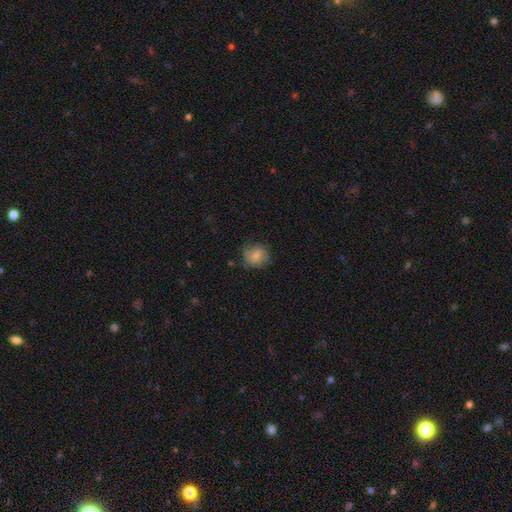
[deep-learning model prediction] Smooth or featured: smooth — 54% (featured or disk — 37%)
How rounded: round — 73% (in between — 26%)
Merging: none — 64% (minor disturbance — 24%)